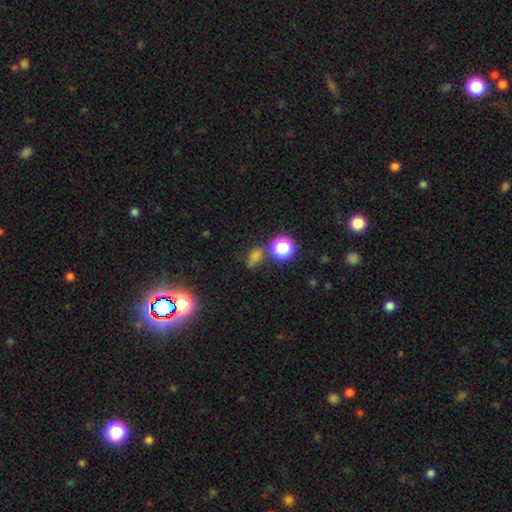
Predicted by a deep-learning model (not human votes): Overall: smooth (61%; star or artifact 30%). How rounded: in between (53%; round 42%). Merging: none (54%; minor disturbance 20%).